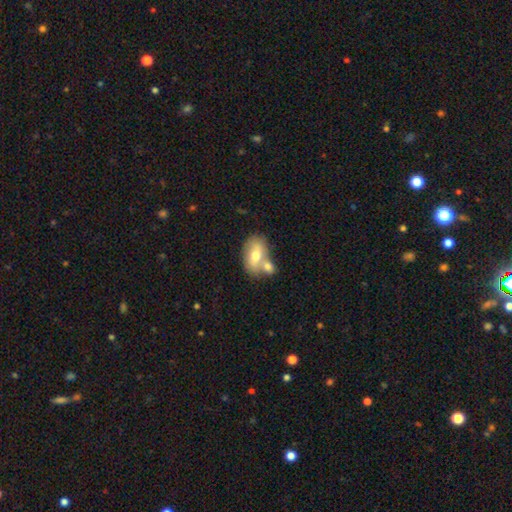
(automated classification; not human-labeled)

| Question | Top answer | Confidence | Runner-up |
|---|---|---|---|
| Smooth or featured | smooth | 65% | featured or disk (28%) |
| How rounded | in between | 86% | round (12%) |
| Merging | merger | 46% | none (38%) |